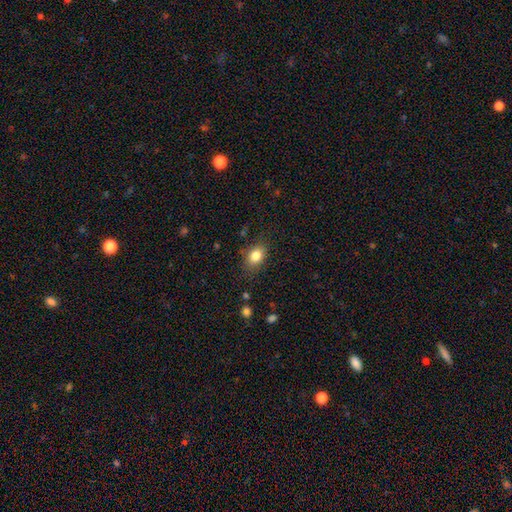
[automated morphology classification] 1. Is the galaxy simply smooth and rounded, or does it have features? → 83% smooth, 9% star or artifact, 8% featured or disk.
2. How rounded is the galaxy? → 76% in between, 23% round, 2% cigar-shaped.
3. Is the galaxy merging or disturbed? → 82% none, 13% minor disturbance, 4% major disturbance, 1% merger.